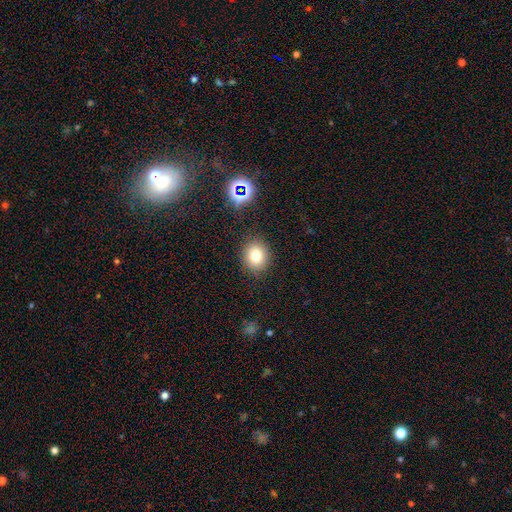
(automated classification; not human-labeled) Q: Smooth or featured?
A: smooth (77%); runner-up: star or artifact (14%)
Q: How rounded?
A: round (71%); runner-up: in between (28%)
Q: Merging?
A: none (86%); runner-up: minor disturbance (9%)